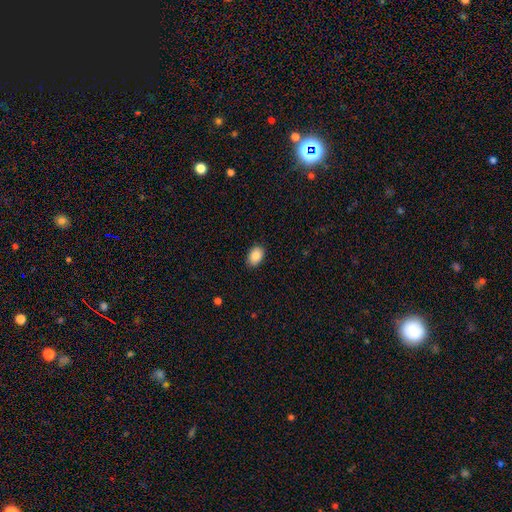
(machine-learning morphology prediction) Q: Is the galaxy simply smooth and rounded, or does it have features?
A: smooth — 89%.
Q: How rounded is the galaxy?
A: in between — 82%.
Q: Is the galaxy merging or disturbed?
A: none — 86%.